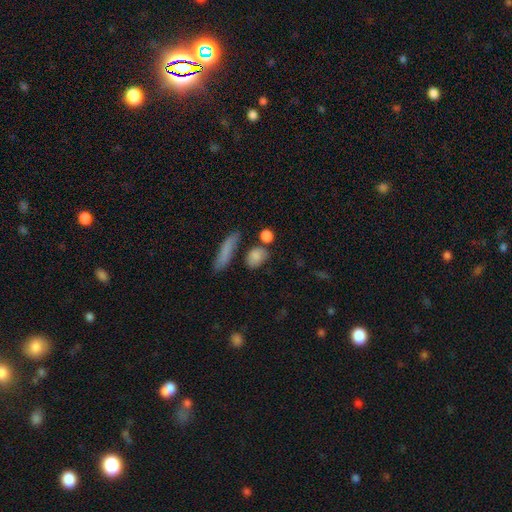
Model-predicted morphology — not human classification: Overall: smooth (81%). How rounded: in between (47%; round 46%). Merging: none (64%).